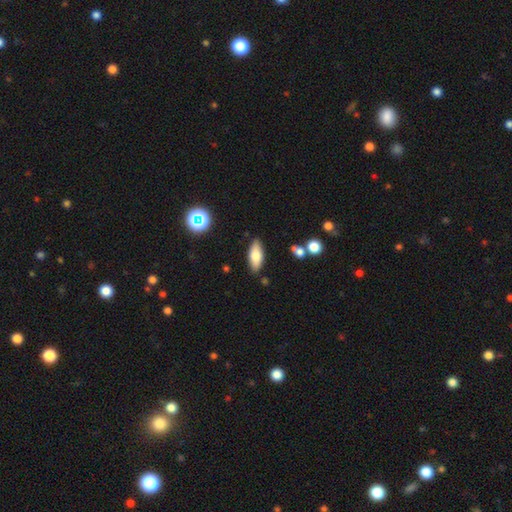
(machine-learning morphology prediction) A smooth galaxy with no disk features (72%) that is in between round and cigar-shaped (77%). Merging: none (85%).